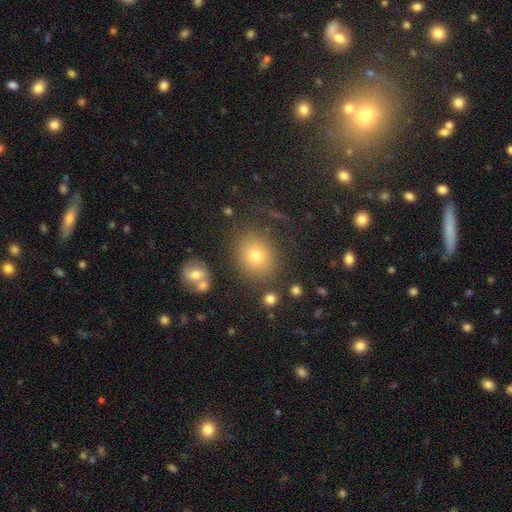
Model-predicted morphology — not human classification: This is likely a smooth galaxy (72%). How rounded: likely round (62%). Merging: clearly none (81%).